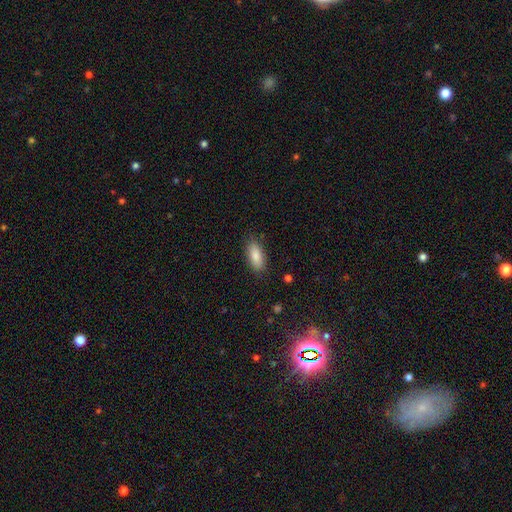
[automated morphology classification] The model was most divided on "how rounded": in between: 85%, cigar-shaped: 13%, round: 2%. More confident: smooth or featured — smooth (86%); merging — none (84%).